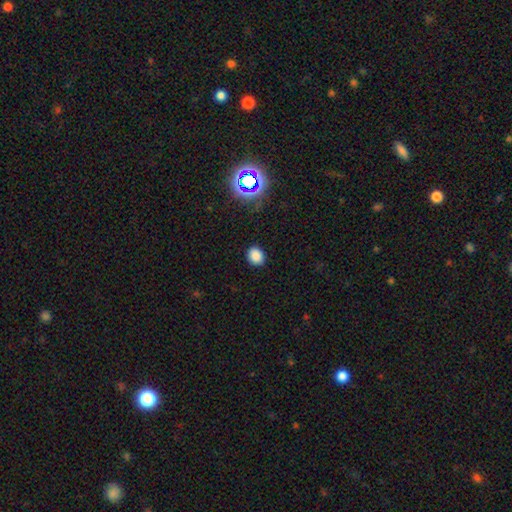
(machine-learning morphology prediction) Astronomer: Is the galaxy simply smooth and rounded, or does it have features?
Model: smooth — 84%.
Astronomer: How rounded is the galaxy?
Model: round — 54% (runner-up: in between, 45%).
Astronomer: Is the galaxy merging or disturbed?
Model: none — 88%.